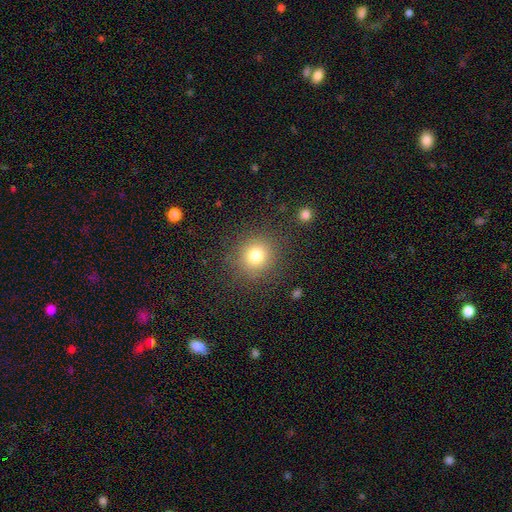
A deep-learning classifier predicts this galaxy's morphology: Overall: smooth (78%). How rounded: round (87%). Merging: none (86%).